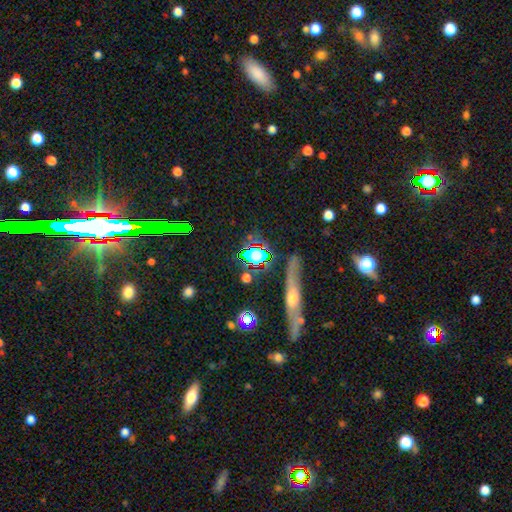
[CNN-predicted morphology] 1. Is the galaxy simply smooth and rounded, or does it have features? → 49% star or artifact, 35% smooth, 17% featured or disk.